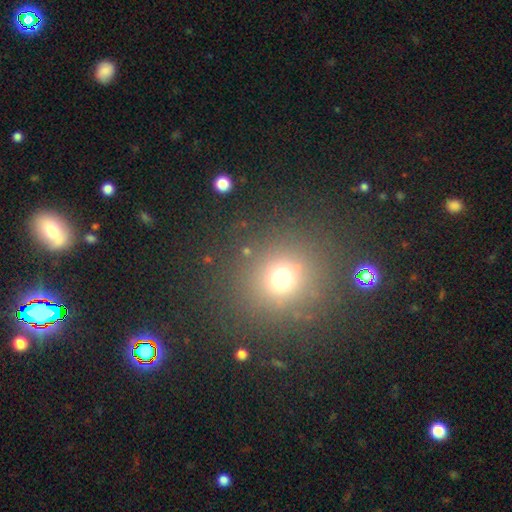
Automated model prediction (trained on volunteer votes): smooth_or_featured: smooth (p=0.57) [alt: star or artifact p=0.34]
how_rounded: round (p=0.88) [alt: in between p=0.11]
merging: none (p=0.88) [alt: minor disturbance p=0.07]